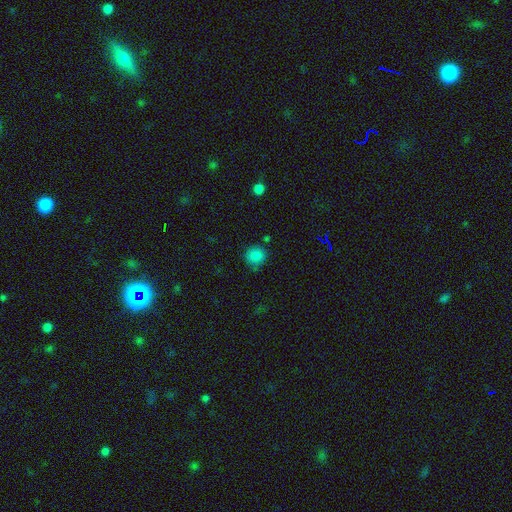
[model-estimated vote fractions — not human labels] Smooth or featured? Predicted: smooth (p=0.83). How rounded? Predicted: round (p=0.89). Merging? Predicted: none (p=0.81).